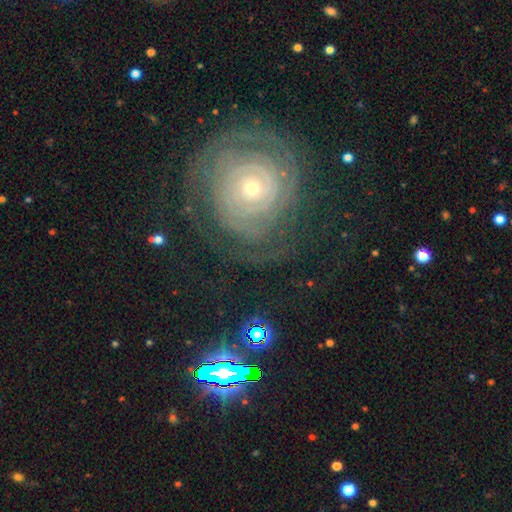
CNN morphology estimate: Smooth or featured: featured or disk — 74% (star or artifact — 13%)
Edge-on disk: no — 96% (yes — 4%)
Bar: no — 78% (weak — 16%)
Spiral arms: yes — 88% (no — 12%)
Spiral winding: tight — 76% (medium — 17%)
Spiral arm count: can't tell — 46% (2 — 19%)
Bulge size: small — 65% (moderate — 30%)
Merging: none — 73% (minor disturbance — 14%)